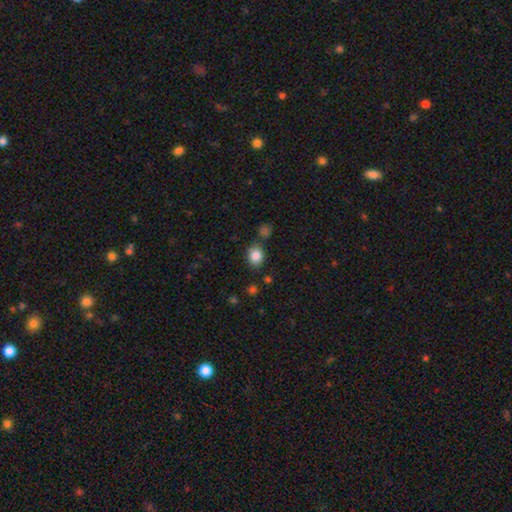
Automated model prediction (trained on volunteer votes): Smooth or featured? smooth (85%)
How rounded? round (59%)
Merging? none (78%)